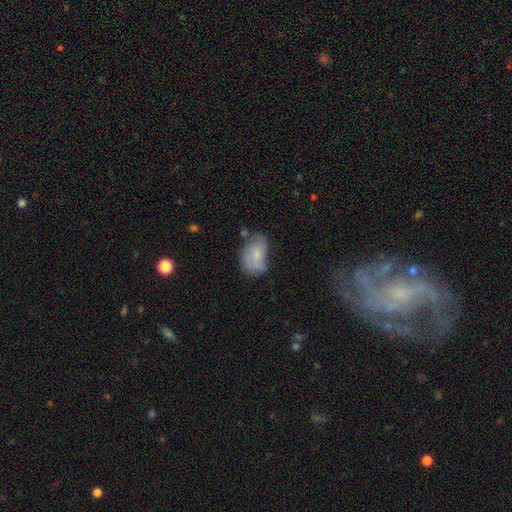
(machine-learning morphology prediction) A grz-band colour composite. It shows a smooth galaxy with no disk features (61%) that is in between round and cigar-shaped (85%). Merging: none (42%).